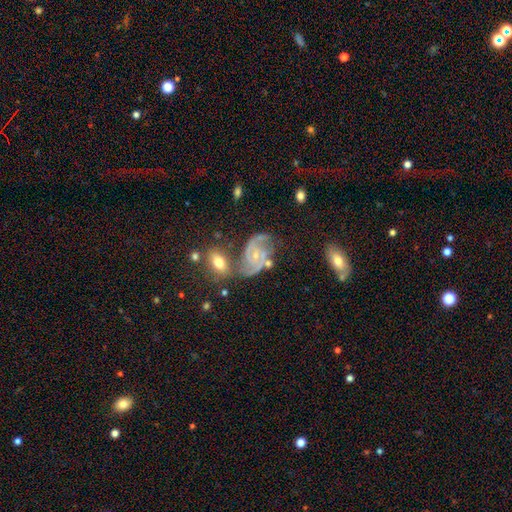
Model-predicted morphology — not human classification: This appears to be a featured or disk galaxy (84%) with no bar (64%), 2 (69%) medium (50%) spiral arms (96%) and a small central bulge (73%). Merging: none (46%).